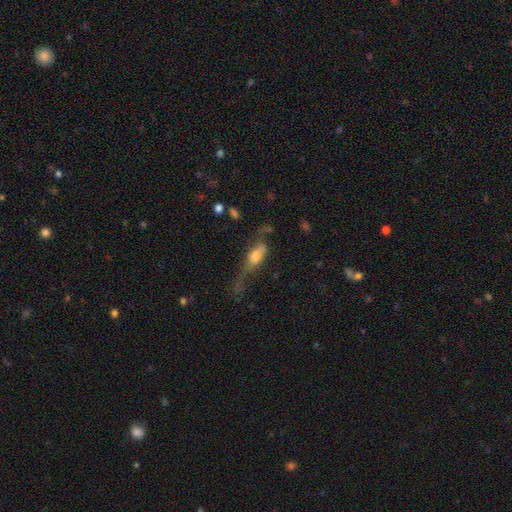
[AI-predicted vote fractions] Q: Smooth or featured?
A: smooth (48%); runner-up: featured or disk (44%)
Q: Merging?
A: major disturbance (44%); runner-up: none (28%)